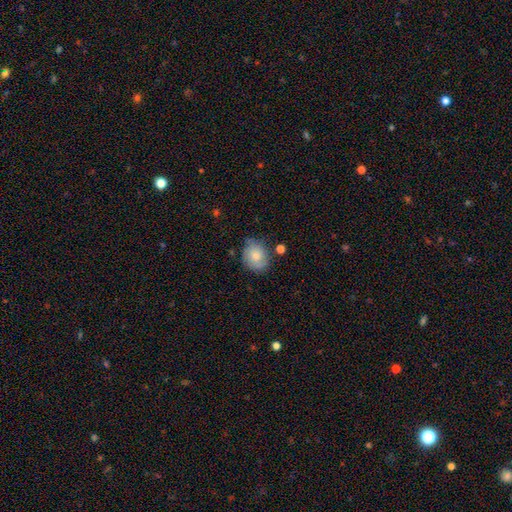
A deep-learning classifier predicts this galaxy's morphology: A smooth galaxy with no disk features (69%) that is round (60%).

Vote fractions:
- Smooth or featured? smooth: 69% / featured or disk: 23% / star or artifact: 8%
- How rounded? round: 60% / in between: 39% / cigar-shaped: 1%
- Merging? none: 64% / minor disturbance: 25% / major disturbance: 6% / merger: 4%